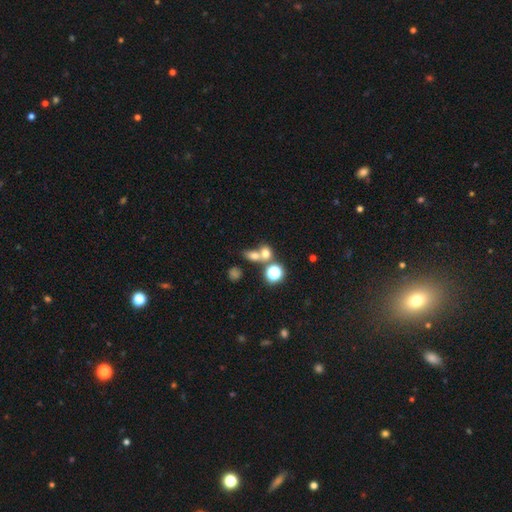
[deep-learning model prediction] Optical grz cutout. It shows a smooth galaxy with no disk features (65%) that is round (54%). Merging: merger (47%).